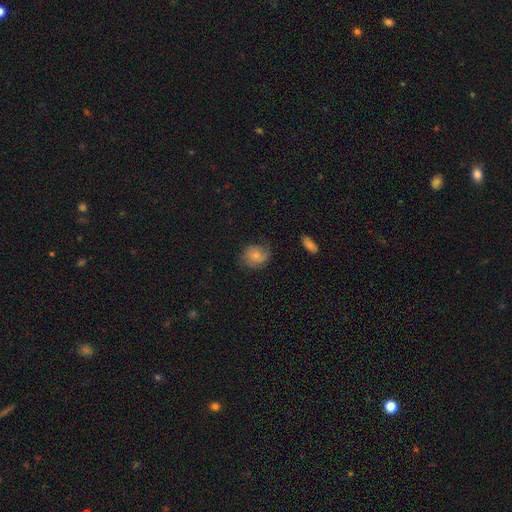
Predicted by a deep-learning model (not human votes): Smooth or featured?
  - smooth: 47% *
  - featured or disk: 45%
  - star or artifact: 8%
Merging?
  - none: 61% *
  - minor disturbance: 25%
  - major disturbance: 13%
  - merger: 1%